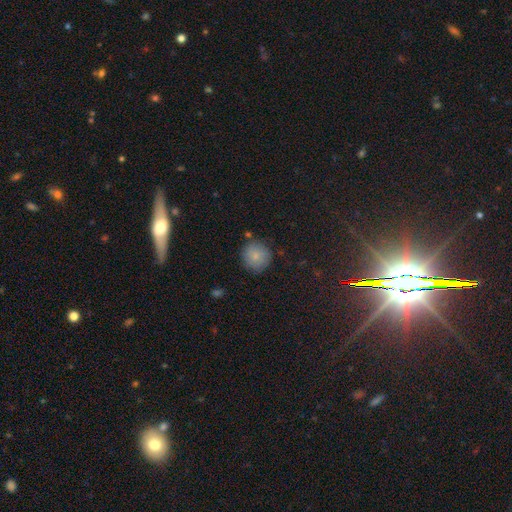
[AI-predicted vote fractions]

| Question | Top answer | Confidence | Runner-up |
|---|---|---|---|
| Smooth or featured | smooth | 82% | star or artifact (9%) |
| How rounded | round | 92% | in between (7%) |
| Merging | none | 81% | minor disturbance (12%) |